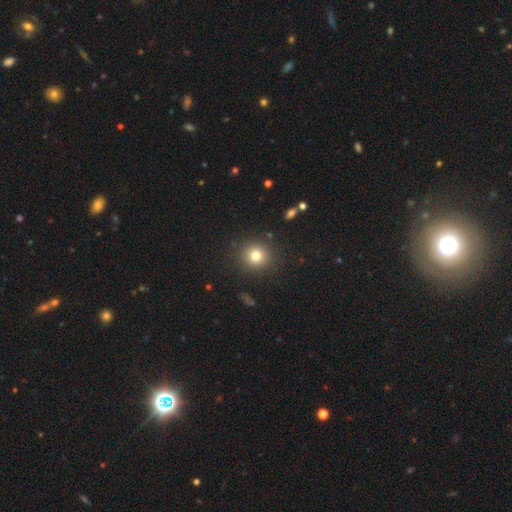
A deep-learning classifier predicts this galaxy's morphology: A smooth galaxy with no disk features (79%) that is round (91%). Merging: none (89%).